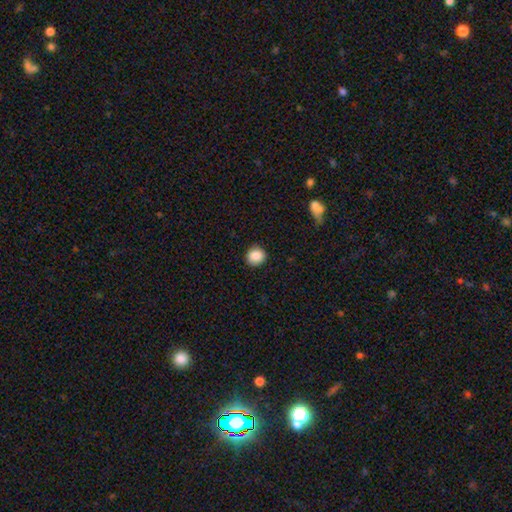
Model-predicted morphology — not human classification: Smooth or featured? Predicted: smooth (p=0.87). How rounded? Predicted: round (p=0.86). Merging? Predicted: none (p=0.89).